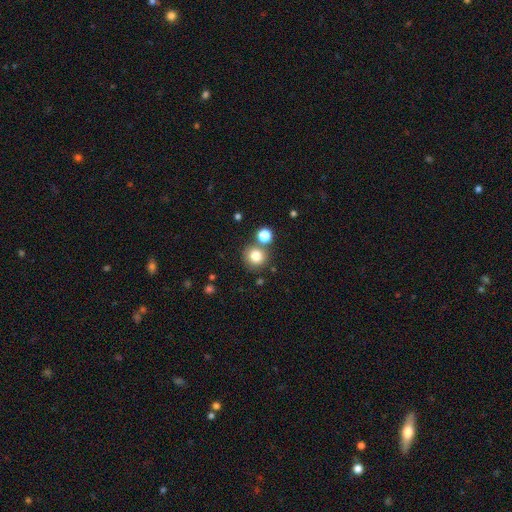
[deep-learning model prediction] Smooth or featured? Predicted: smooth (p=0.81). How rounded? Predicted: round (p=0.90). Merging? Predicted: none (p=0.72).